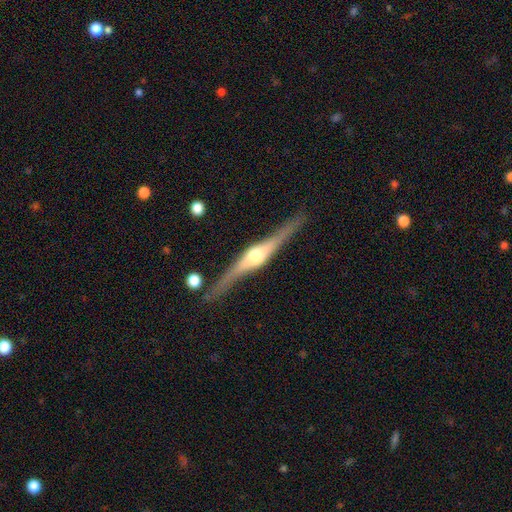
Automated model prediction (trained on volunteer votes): This appears to be a featured or disk galaxy (83%) viewed edge-on (97%) with a rounded central bulge (91%). Merging: none (83%).